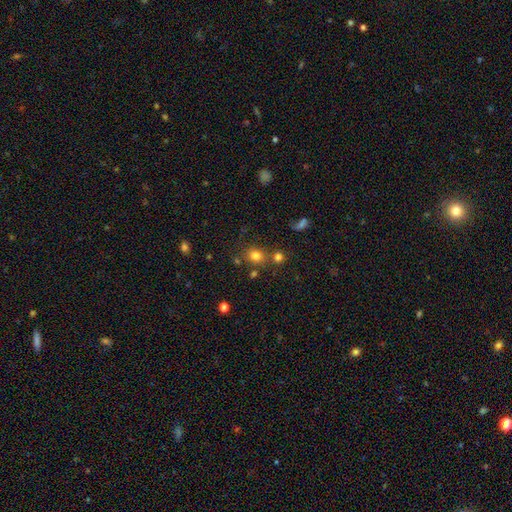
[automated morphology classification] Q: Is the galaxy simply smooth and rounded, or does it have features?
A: smooth — 77%.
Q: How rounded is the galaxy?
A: round — 65%.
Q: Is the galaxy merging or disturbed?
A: none — 69%.